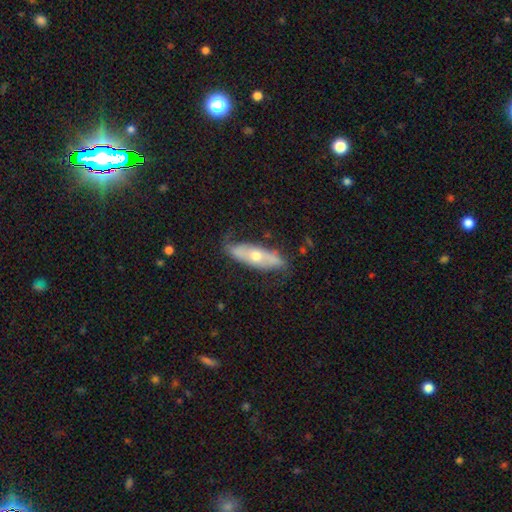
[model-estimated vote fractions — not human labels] Smooth or featured: featured or disk — 58% (smooth — 35%)
Edge-on disk: no — 62% (yes — 38%)
Merging: none — 69% (minor disturbance — 22%)